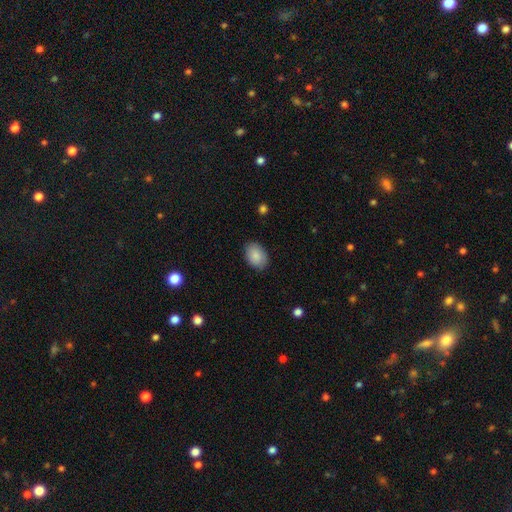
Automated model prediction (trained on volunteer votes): smooth_or_featured: smooth (p=0.87) [alt: featured or disk p=0.07]
how_rounded: in between (p=0.82) [alt: round p=0.17]
merging: none (p=0.85) [alt: minor disturbance p=0.11]